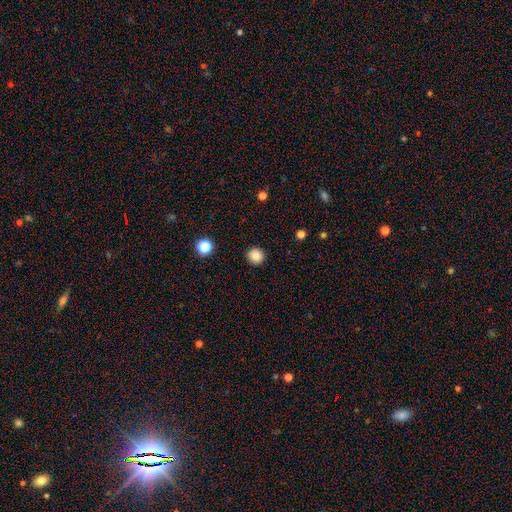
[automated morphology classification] A smooth galaxy with no disk features (86%) that is round (92%). Merging: none (91%).